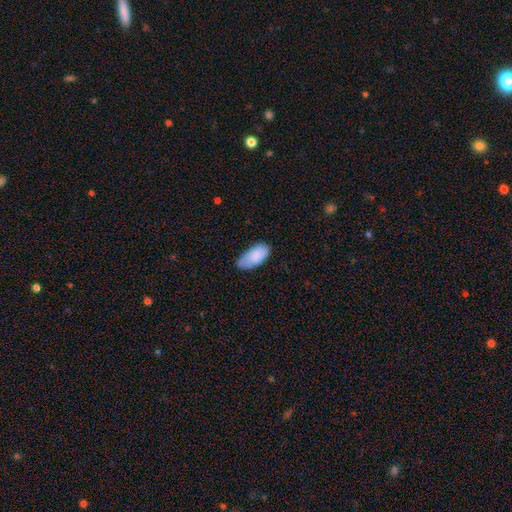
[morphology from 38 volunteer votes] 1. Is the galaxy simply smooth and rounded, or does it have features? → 87% smooth, 11% featured or disk, 3% star or artifact.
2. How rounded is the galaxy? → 94% in between, 3% round, 3% cigar-shaped.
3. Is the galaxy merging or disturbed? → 62% none, 27% minor disturbance, 8% major disturbance, 3% merger.